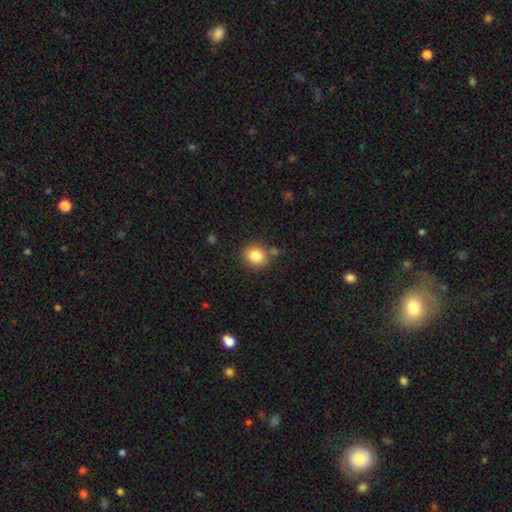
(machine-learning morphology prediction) smooth-or-featured: smooth: 83% | star or artifact: 10% | featured or disk: 7%
  how-rounded: round: 74% | in between: 25% | cigar-shaped: 1%
  merging: none: 77% | minor disturbance: 12% | merger: 8% | major disturbance: 3%